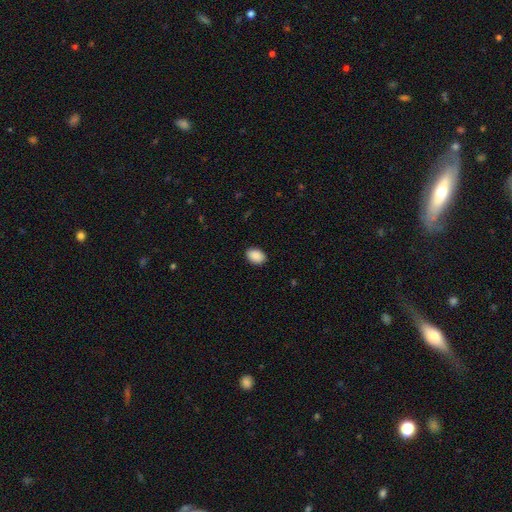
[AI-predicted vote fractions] Morphology: type=smooth (90%); roundness=in between (80%); merging=none (88%).